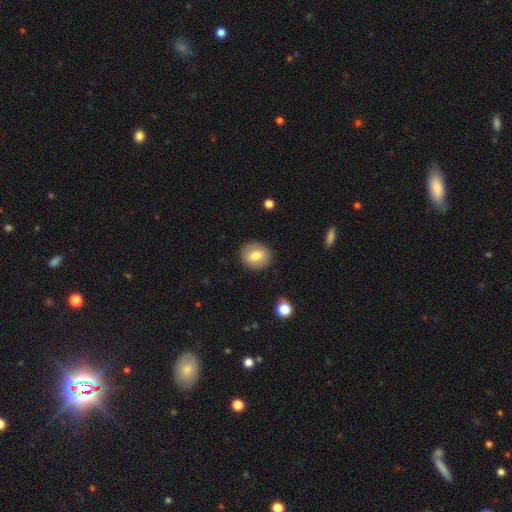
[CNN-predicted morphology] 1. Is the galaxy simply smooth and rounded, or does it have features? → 75% smooth, 17% featured or disk, 8% star or artifact.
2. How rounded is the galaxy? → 65% round, 34% in between, 1% cigar-shaped.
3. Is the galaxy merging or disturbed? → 88% none, 8% minor disturbance, 2% major disturbance, 1% merger.